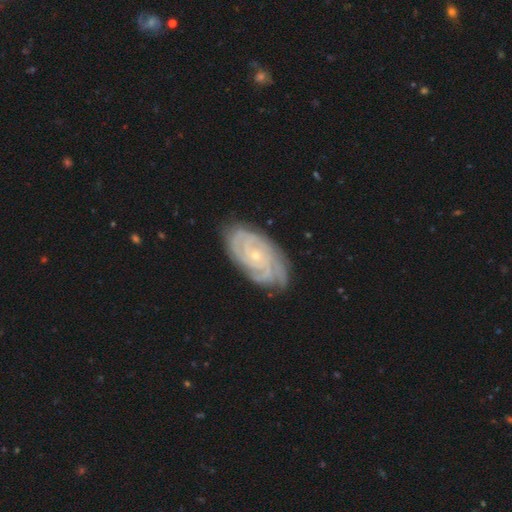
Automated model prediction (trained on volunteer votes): smooth_or_featured: featured or disk (p=0.88) [alt: smooth p=0.06]
disk_edge_on: no (p=0.96) [alt: yes p=0.04]
bar: no (p=0.74) [alt: weak p=0.20]
has_spiral_arms: yes (p=0.98) [alt: no p=0.02]
spiral_winding: tight (p=0.79) [alt: medium p=0.18]
spiral_arm_count: 4 (p=0.25) [alt: 3 p=0.24]
bulge_size: small (p=0.77) [alt: moderate p=0.20]
merging: none (p=0.80) [alt: minor disturbance p=0.15]